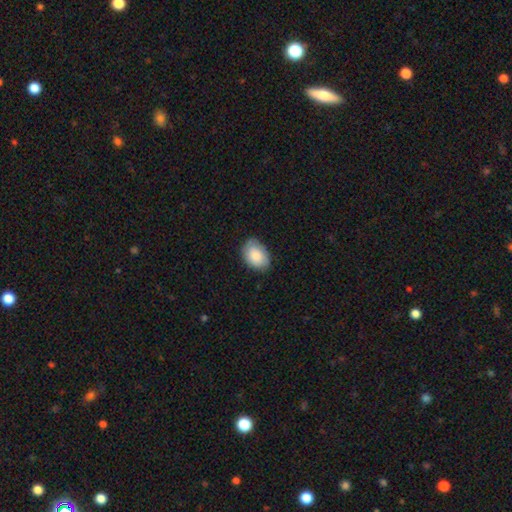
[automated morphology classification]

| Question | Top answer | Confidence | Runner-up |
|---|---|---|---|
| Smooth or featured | smooth | 84% | featured or disk (9%) |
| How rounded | in between | 83% | round (16%) |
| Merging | none | 77% | minor disturbance (19%) |